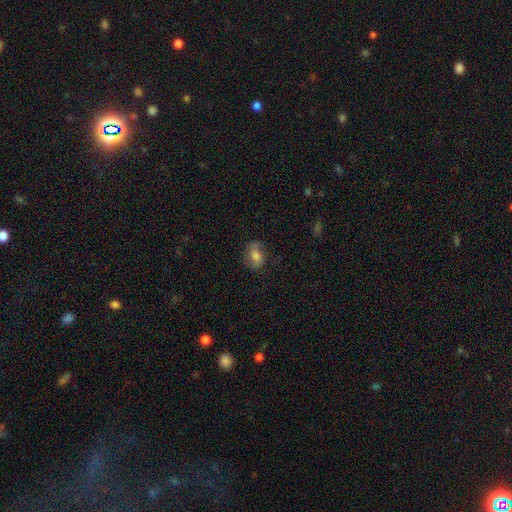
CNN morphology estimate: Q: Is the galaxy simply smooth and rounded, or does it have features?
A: smooth — 65%.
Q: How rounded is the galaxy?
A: in between — 72%.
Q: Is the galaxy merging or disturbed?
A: none — 75%.